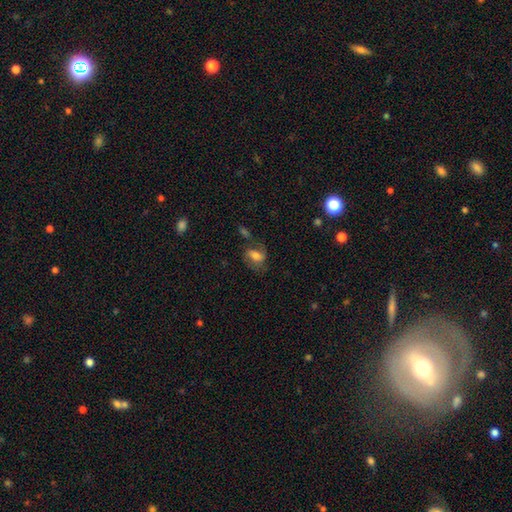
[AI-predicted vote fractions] A smooth galaxy with no disk features (52%) that is in between round and cigar-shaped (76%).

Vote fractions:
- Smooth or featured? smooth: 52% / featured or disk: 38% / star or artifact: 10%
- How rounded? in between: 76% / round: 22% / cigar-shaped: 3%
- Merging? none: 50% / minor disturbance: 21% / major disturbance: 16% / merger: 12%